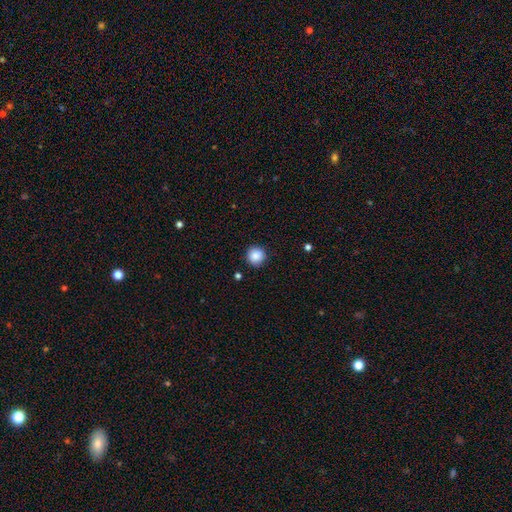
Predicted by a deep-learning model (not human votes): smooth 87%, star or artifact 9%, featured or disk 3%. Down the decision tree: how rounded — round (94%); merging — none (89%).